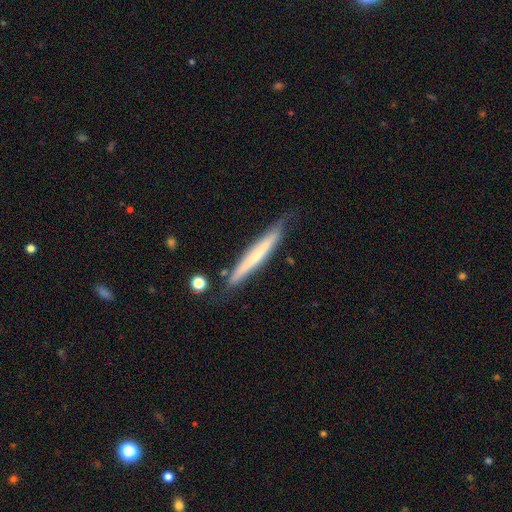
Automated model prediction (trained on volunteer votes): smooth 48%, featured or disk 46%, star or artifact 6%. Down the decision tree: merging — none (76%).